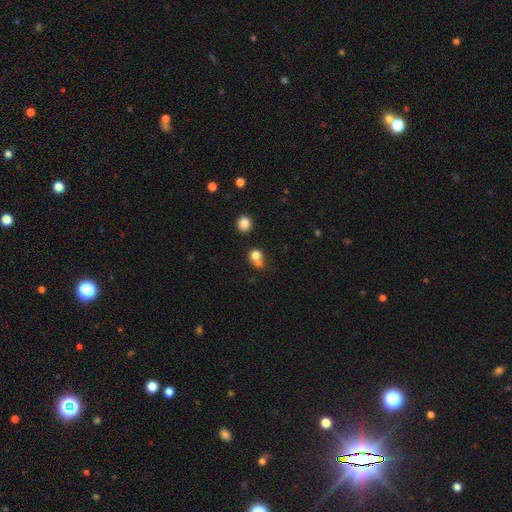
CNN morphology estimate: Smooth or featured: smooth — 78% (star or artifact — 12%)
How rounded: round — 80% (in between — 19%)
Merging: none — 43% (merger — 42%)